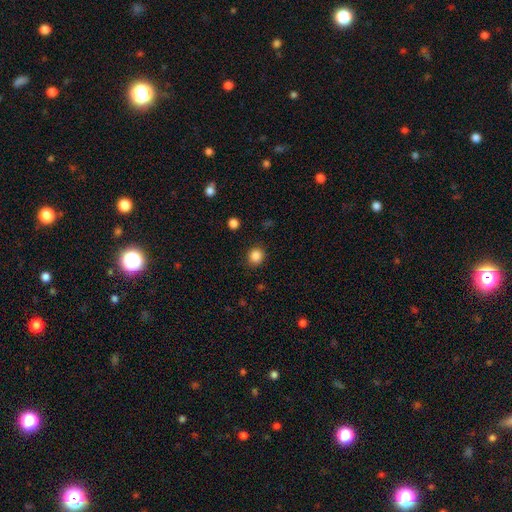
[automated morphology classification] Overall: smooth (86%). How rounded: round (85%). Merging: none (88%).